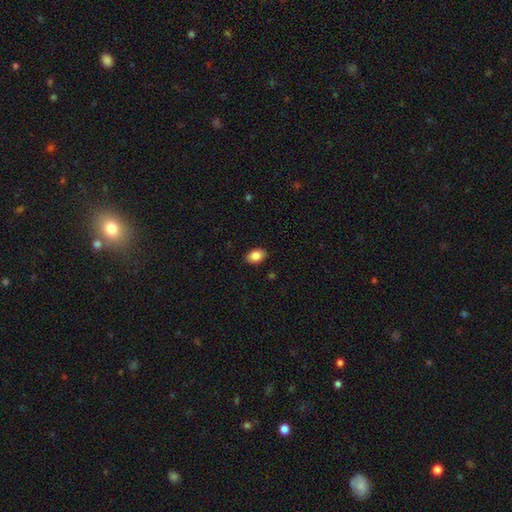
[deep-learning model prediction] Smooth or featured? smooth (86%)
How rounded? in between (85%)
Merging? none (88%)